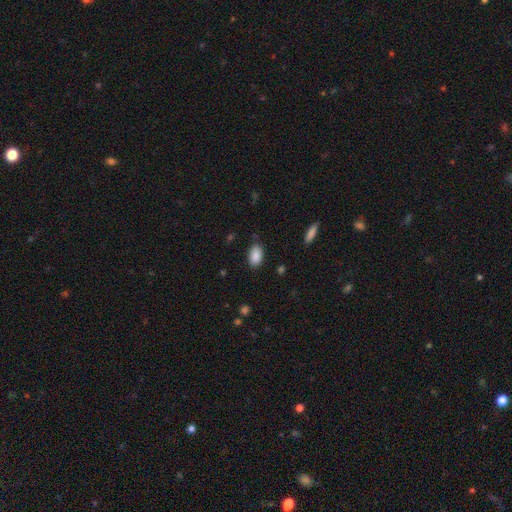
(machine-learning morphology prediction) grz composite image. It shows a smooth galaxy with no disk features (88%) that is in between round and cigar-shaped (92%). Merging: none (81%).